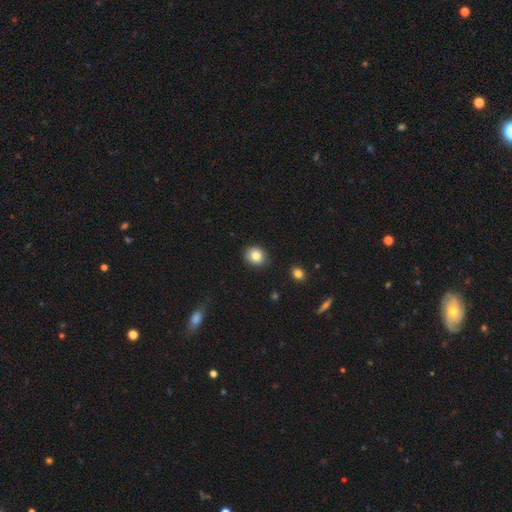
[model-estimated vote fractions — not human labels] This is clearly a smooth galaxy (83%). How rounded: likely round (67%). Merging: clearly none (87%).